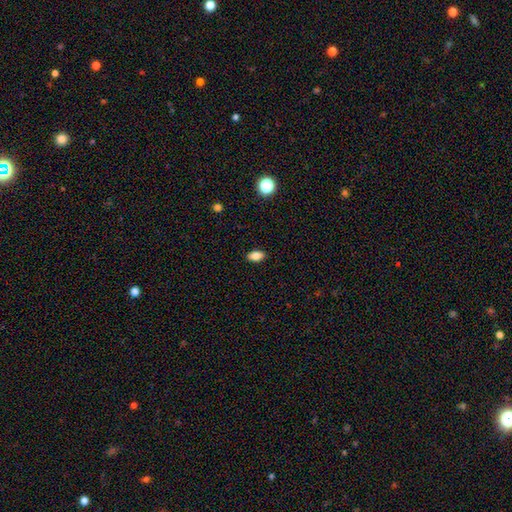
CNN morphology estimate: Smooth or featured? smooth (84%)
How rounded? in between (89%)
Merging? none (89%)